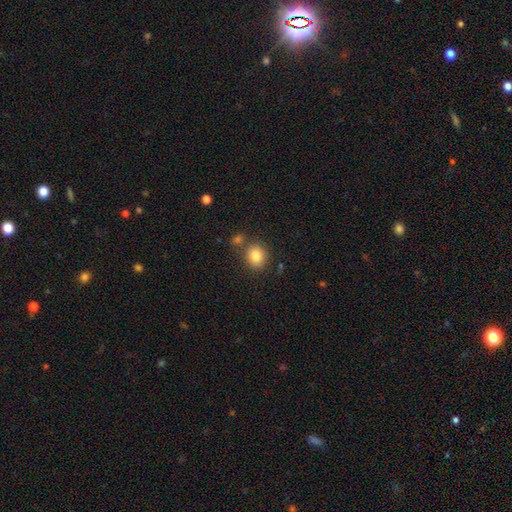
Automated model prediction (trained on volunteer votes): Morphology: type=smooth (83%); roundness=round (66%); merging=none (72%).